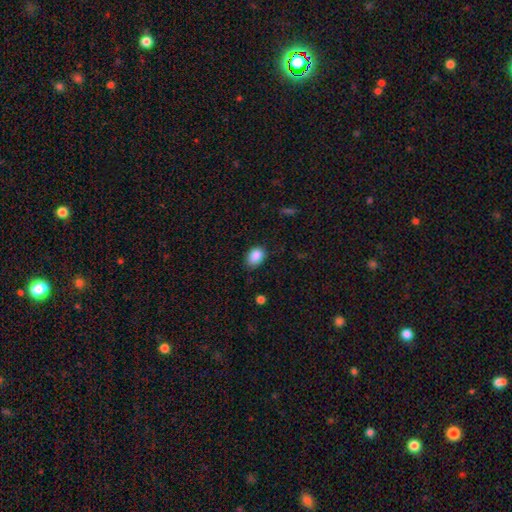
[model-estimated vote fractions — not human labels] smooth-or-featured: smooth: 88% | star or artifact: 8% | featured or disk: 4%
  how-rounded: in between: 80% | round: 19% | cigar-shaped: 1%
  merging: none: 76% | minor disturbance: 19% | major disturbance: 3% | merger: 1%